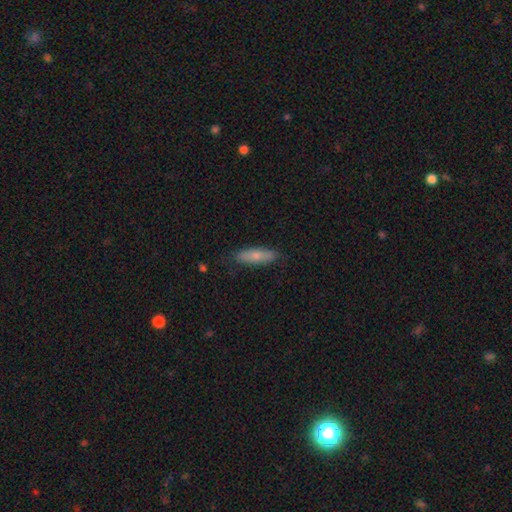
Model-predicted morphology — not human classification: Smooth or featured: smooth — 75% (featured or disk — 19%)
How rounded: cigar-shaped — 52% (in between — 46%)
Merging: none — 82% (minor disturbance — 15%)